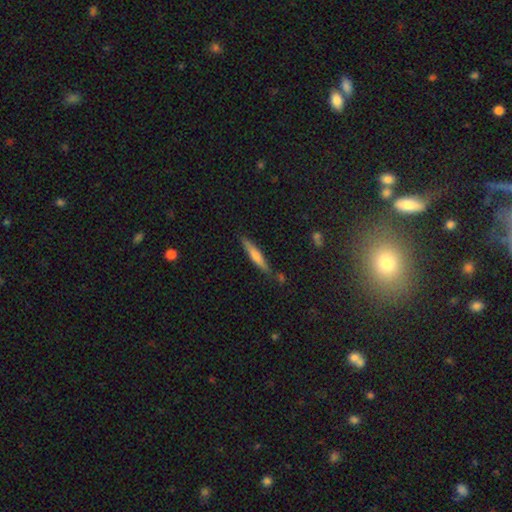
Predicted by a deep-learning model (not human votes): Smooth or featured?
  - smooth: 53% *
  - featured or disk: 40%
  - star or artifact: 8%
How rounded?
  - cigar-shaped: 91% *
  - in between: 7%
  - round: 2%
Merging?
  - none: 84% *
  - minor disturbance: 11%
  - merger: 3%
  - major disturbance: 2%